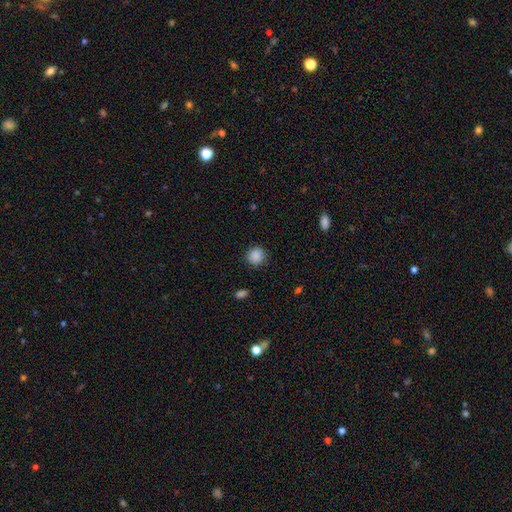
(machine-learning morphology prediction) Smooth or featured? Predicted: smooth (p=0.88). How rounded? Predicted: round (p=0.89). Merging? Predicted: none (p=0.88).